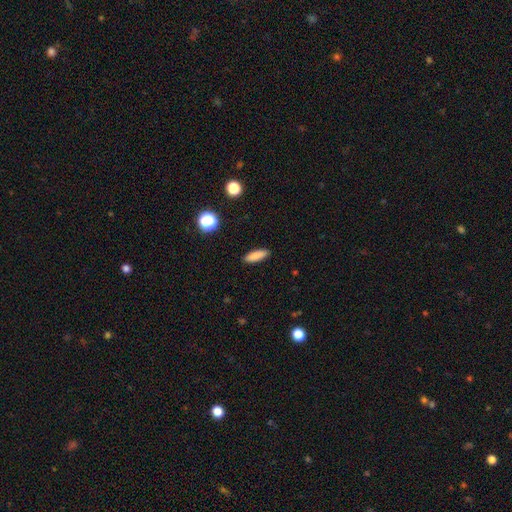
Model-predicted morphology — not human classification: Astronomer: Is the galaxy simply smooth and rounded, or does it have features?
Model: smooth — 86%.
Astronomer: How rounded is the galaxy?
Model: cigar-shaped — 49% (runner-up: in between, 48%).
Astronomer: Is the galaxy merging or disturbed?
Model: none — 90%.